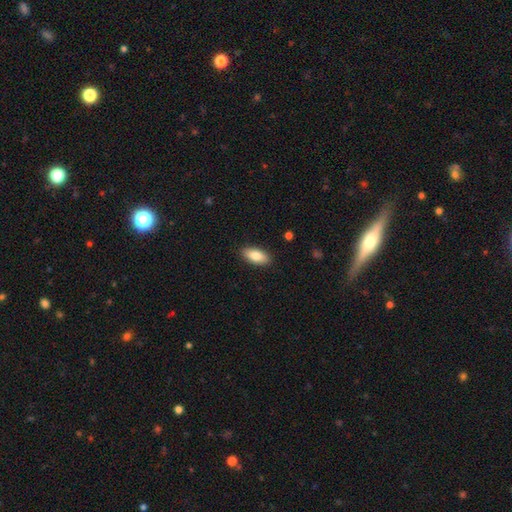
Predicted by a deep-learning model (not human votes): smooth-or-featured: smooth: 84% | featured or disk: 10% | star or artifact: 6%
  how-rounded: in between: 88% | cigar-shaped: 9% | round: 2%
  merging: none: 89% | minor disturbance: 8% | major disturbance: 2% | merger: 1%